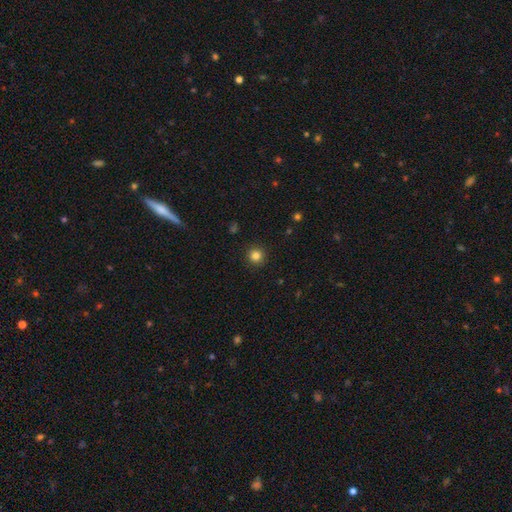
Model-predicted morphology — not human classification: smooth_or_featured: smooth (p=0.83) [alt: star or artifact p=0.12]
how_rounded: round (p=0.95) [alt: in between p=0.04]
merging: none (p=0.92) [alt: minor disturbance p=0.05]